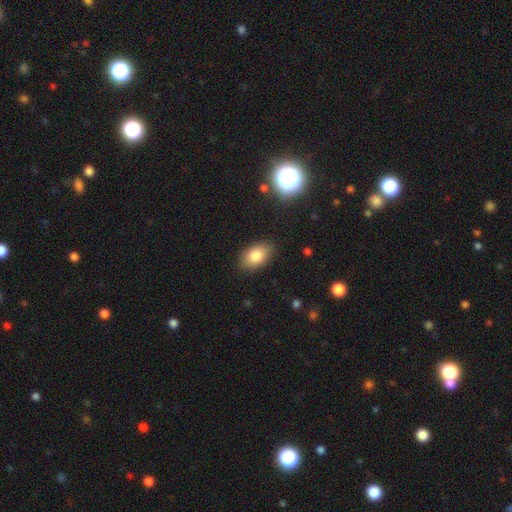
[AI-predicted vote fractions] Smooth or featured? Predicted: smooth (p=0.82). How rounded? Predicted: in between (p=0.89). Merging? Predicted: none (p=0.86).